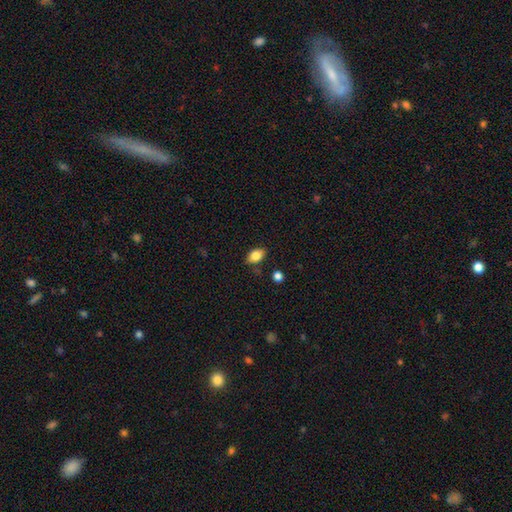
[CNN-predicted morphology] Smooth or featured: smooth — 82% (featured or disk — 10%)
How rounded: in between — 87% (round — 11%)
Merging: none — 81% (minor disturbance — 13%)